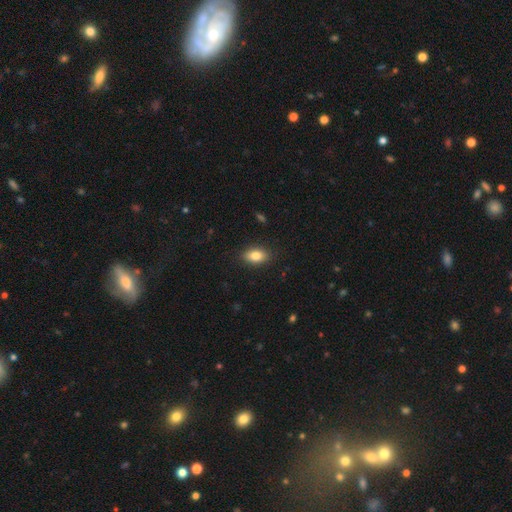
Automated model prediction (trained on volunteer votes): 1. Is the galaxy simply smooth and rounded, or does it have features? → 83% smooth, 9% featured or disk, 8% star or artifact.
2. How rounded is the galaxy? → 87% in between, 9% round, 3% cigar-shaped.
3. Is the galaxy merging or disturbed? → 88% none, 9% minor disturbance, 2% major disturbance, 1% merger.